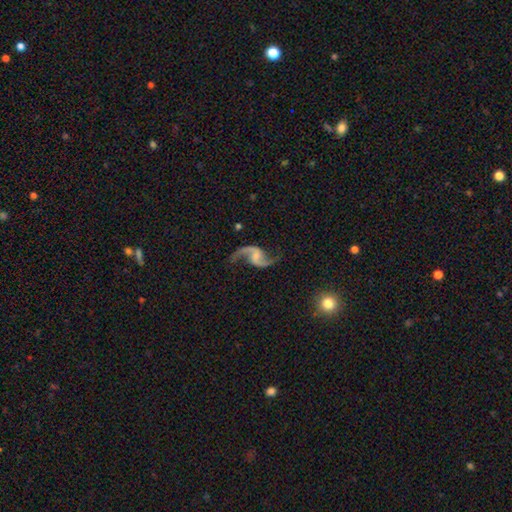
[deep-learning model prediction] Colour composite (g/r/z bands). It shows a featured or disk galaxy (92%) with a weak bar (43%), 2 (94%) loose (83%) spiral arms (98%) and a small central bulge (52%). Merging: none (77%).